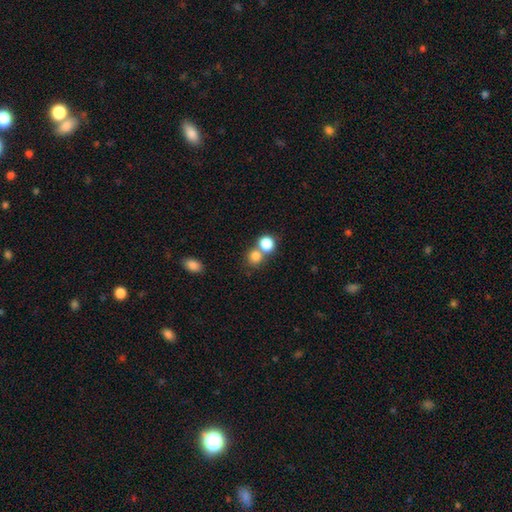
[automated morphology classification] Smooth or featured?
  - smooth: 81% *
  - star or artifact: 12%
  - featured or disk: 7%
How rounded?
  - round: 83% *
  - in between: 16%
  - cigar-shaped: 1%
Merging?
  - none: 47% *
  - merger: 43%
  - minor disturbance: 7%
  - major disturbance: 3%